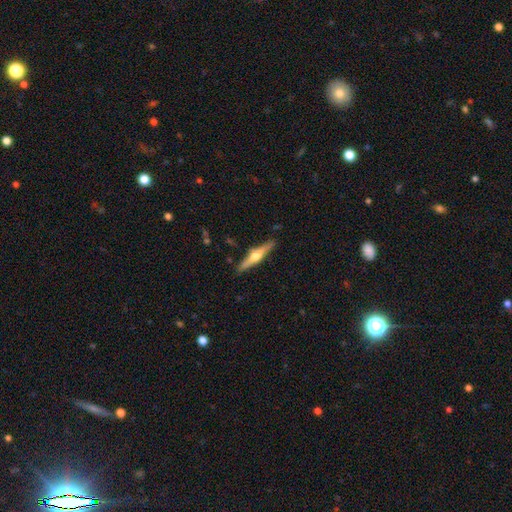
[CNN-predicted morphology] Smooth or featured? Predicted: featured or disk (p=0.69). Edge-on disk? Predicted: yes (p=0.97). Edge-on bulge? Predicted: rounded (p=0.94). Merging? Predicted: none (p=0.88).